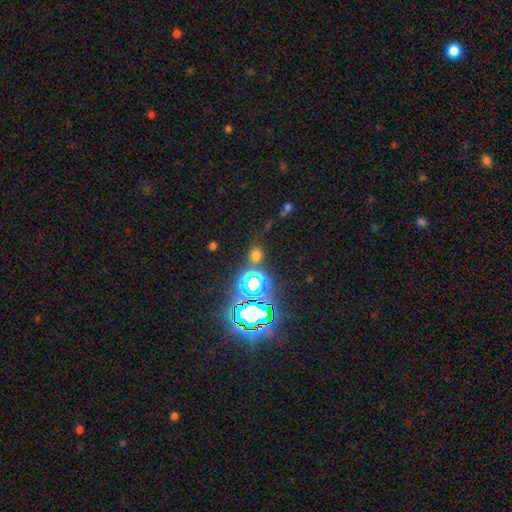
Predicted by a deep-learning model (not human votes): Smooth or featured?
  - smooth: 55% *
  - star or artifact: 37%
  - featured or disk: 8%
How rounded?
  - round: 82% *
  - in between: 16%
  - cigar-shaped: 2%
Merging?
  - none: 77% *
  - minor disturbance: 10%
  - merger: 8%
  - major disturbance: 5%